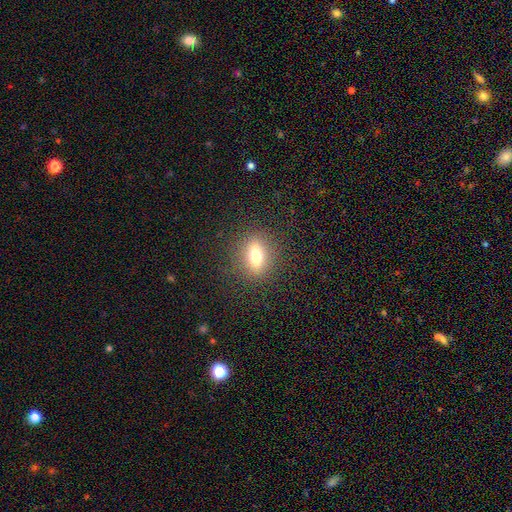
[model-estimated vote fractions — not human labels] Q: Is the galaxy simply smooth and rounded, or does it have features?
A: smooth — 67%.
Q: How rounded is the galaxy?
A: in between — 56%.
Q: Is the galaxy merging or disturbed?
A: none — 87%.